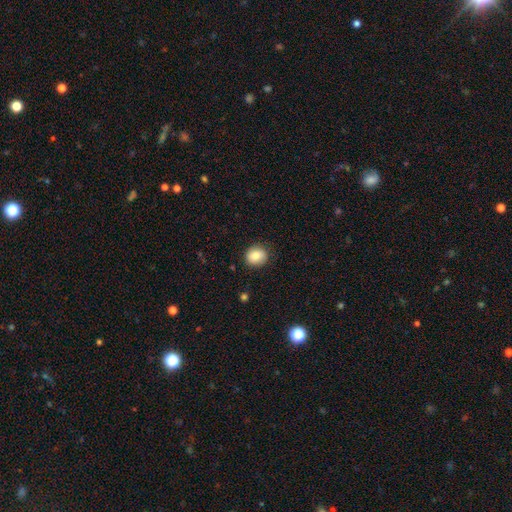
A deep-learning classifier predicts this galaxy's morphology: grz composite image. It shows a smooth galaxy with no disk features (82%) that is round (78%). Merging: none (85%).